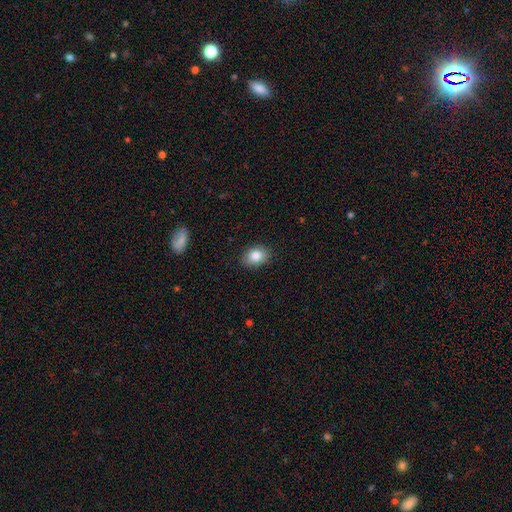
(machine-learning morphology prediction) The model was most divided on "how rounded": in between: 71%, round: 28%, cigar-shaped: 1%. More confident: merging — none (87%); smooth or featured — smooth (85%).